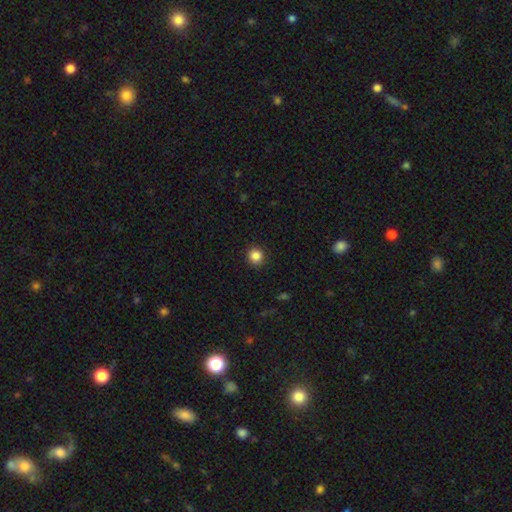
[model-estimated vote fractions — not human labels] Morphology: type=smooth (86%); roundness=round (92%); merging=none (91%).